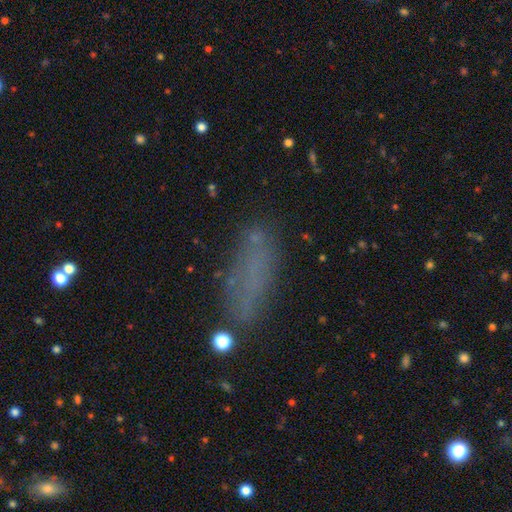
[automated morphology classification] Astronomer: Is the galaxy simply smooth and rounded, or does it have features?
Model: smooth — 61%.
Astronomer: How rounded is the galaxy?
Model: cigar-shaped — 52% (runner-up: in between, 45%).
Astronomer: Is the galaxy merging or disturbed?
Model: none — 66%.